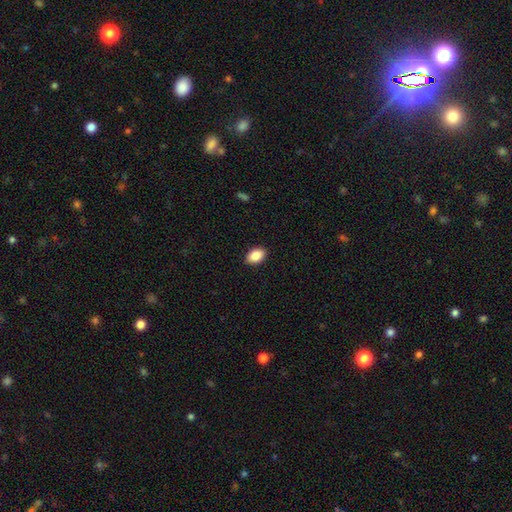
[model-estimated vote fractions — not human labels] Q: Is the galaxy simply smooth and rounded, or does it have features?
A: smooth — 88%.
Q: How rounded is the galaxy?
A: in between — 87%.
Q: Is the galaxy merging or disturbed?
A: none — 90%.